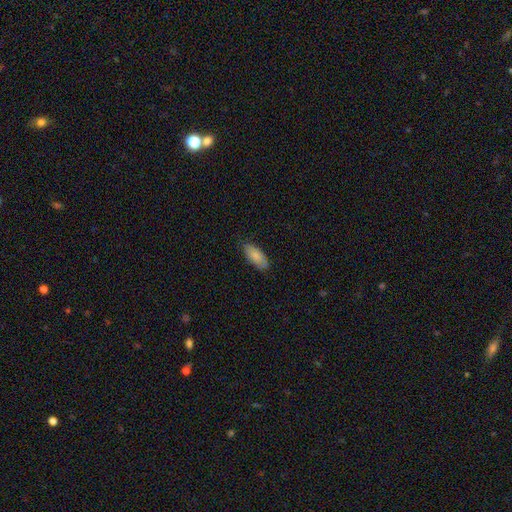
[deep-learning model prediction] This is clearly a smooth galaxy (84%). How rounded: clearly in between (88%). Merging: clearly none (81%).